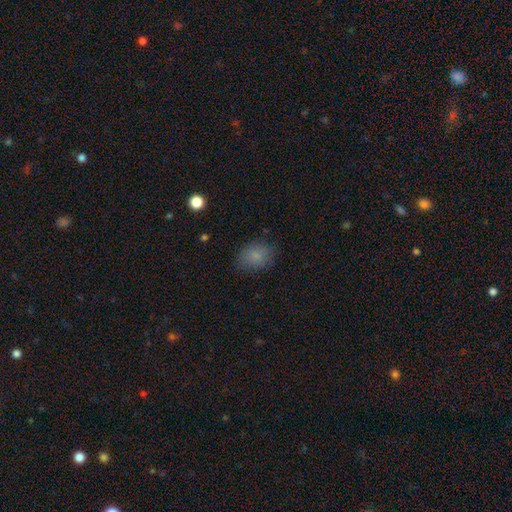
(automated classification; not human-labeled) smooth 83%, star or artifact 11%, featured or disk 7%. Down the decision tree: how rounded — in between (66%); merging — none (77%).